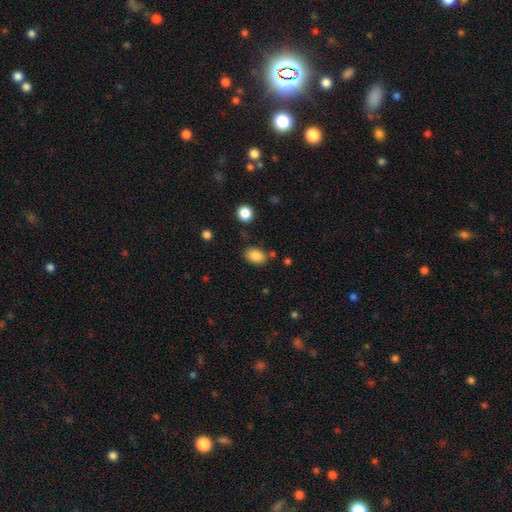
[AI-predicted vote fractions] Smooth or featured? Predicted: smooth (p=0.86). How rounded? Predicted: in between (p=0.79). Merging? Predicted: none (p=0.76).